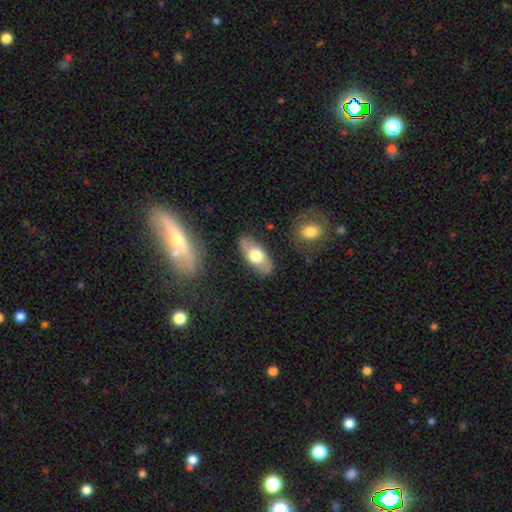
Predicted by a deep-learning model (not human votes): Morphology: type=smooth (59%); roundness=in between (85%); merging=none (82%).